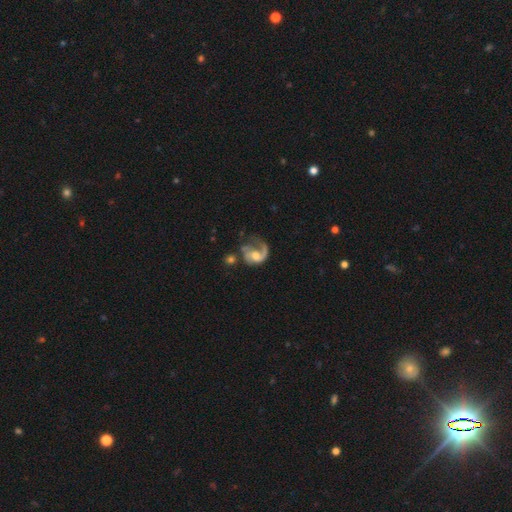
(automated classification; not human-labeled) This appears to be a featured or disk galaxy (78%) with no bar (57%), 1 (46%) loose (43%) spiral arms (90%) and a moderate central bulge (58%). Merging: major disturbance (35%).